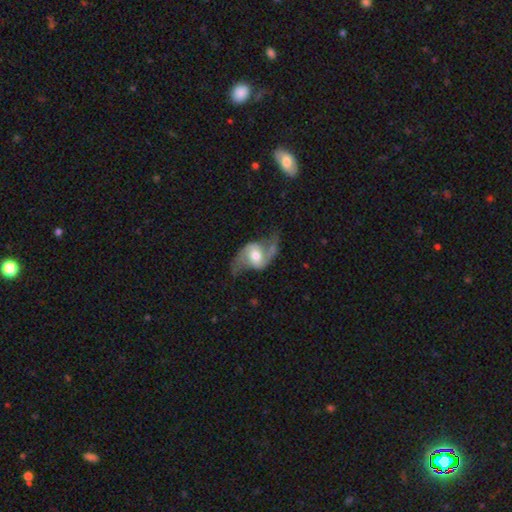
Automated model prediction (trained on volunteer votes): This appears to be a featured or disk galaxy (84%) with no bar (43%), 2 (93%) loose (69%) spiral arms (94%) and a moderate central bulge (66%). Merging: none (67%).